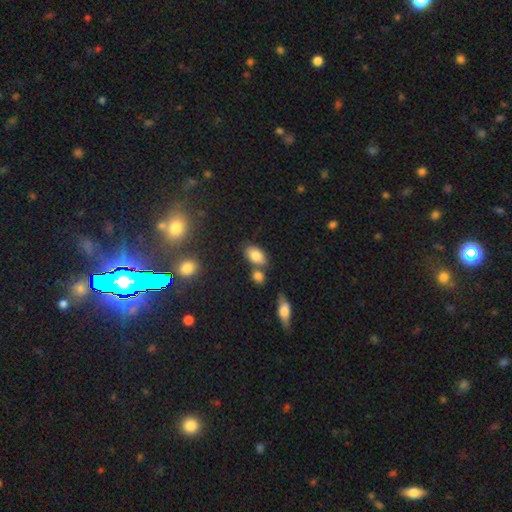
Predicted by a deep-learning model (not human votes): Smooth or featured? smooth (81%)
How rounded? in between (91%)
Merging? none (65%)